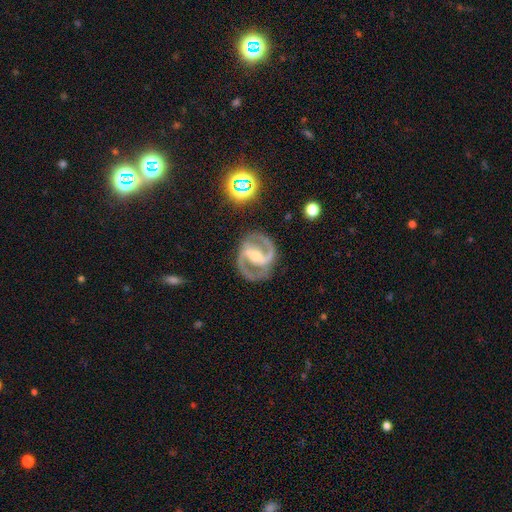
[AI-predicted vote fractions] smooth_or_featured: featured or disk (p=0.89) [alt: smooth p=0.06]
disk_edge_on: no (p=0.97) [alt: yes p=0.03]
bar: strong (p=0.66) [alt: weak p=0.25]
has_spiral_arms: yes (p=0.95) [alt: no p=0.05]
spiral_winding: medium (p=0.58) [alt: tight p=0.29]
spiral_arm_count: 2 (p=0.93) [alt: can't tell p=0.03]
bulge_size: moderate (p=0.48) [alt: small p=0.39]
merging: none (p=0.82) [alt: minor disturbance p=0.11]